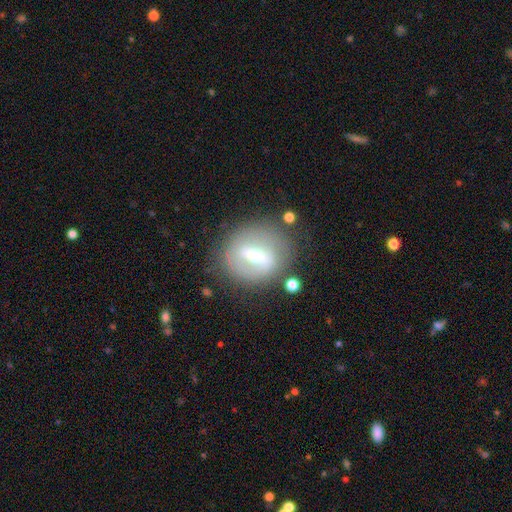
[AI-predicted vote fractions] Smooth or featured? featured or disk (63%)
Edge-on disk? no (89%)
Bar? strong (49%)
Spiral arms? no (68%)
Bulge size? small (49%)
Merging? none (76%)